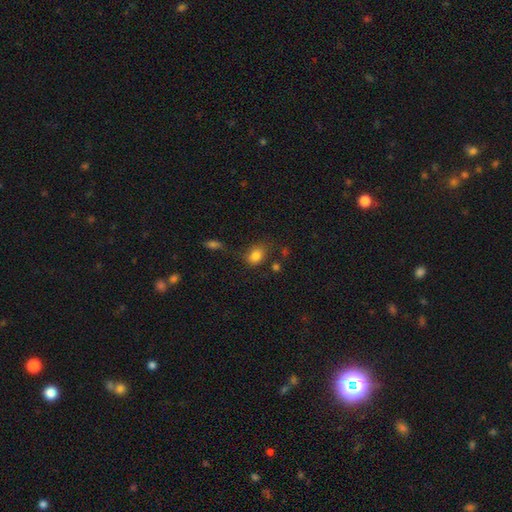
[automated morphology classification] Smooth or featured? Predicted: smooth (p=0.82). How rounded? Predicted: in between (p=0.59). Merging? Predicted: none (p=0.63).